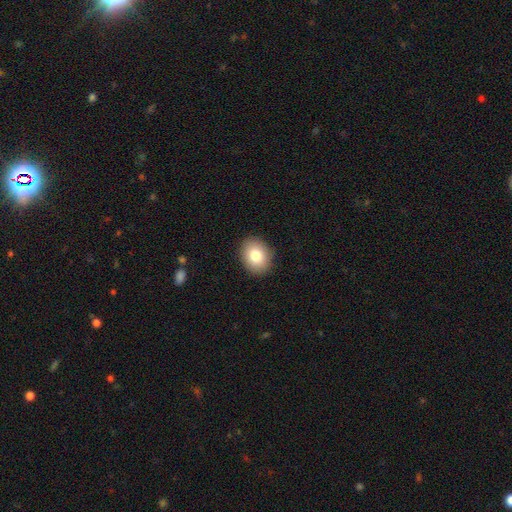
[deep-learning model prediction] smooth_or_featured: smooth (p=0.81) [alt: featured or disk p=0.10]
how_rounded: in between (p=0.50) [alt: round p=0.49]
merging: none (p=0.90) [alt: minor disturbance p=0.07]